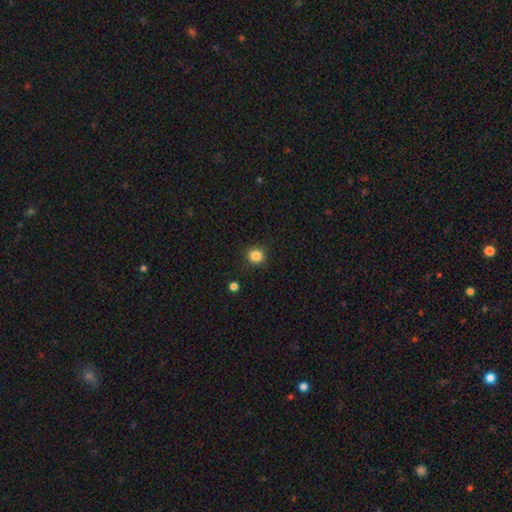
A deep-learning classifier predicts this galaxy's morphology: type=smooth (85%); roundness=round (92%); merging=none (90%).